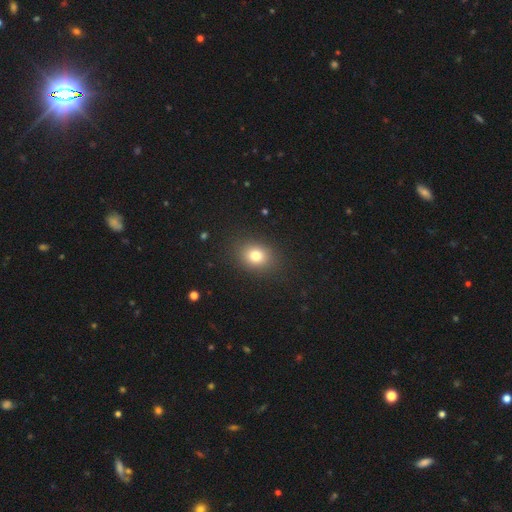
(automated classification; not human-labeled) This appears to be a smooth galaxy with no disk features (78%) that is round (52%). Merging: none (88%).